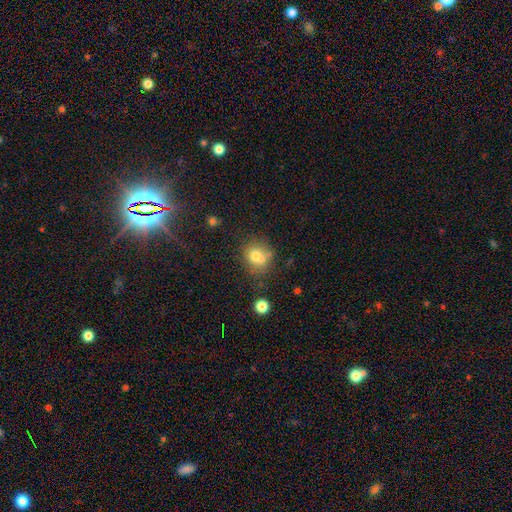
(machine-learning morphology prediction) Smooth or featured? smooth (70%)
How rounded? round (76%)
Merging? none (51%)